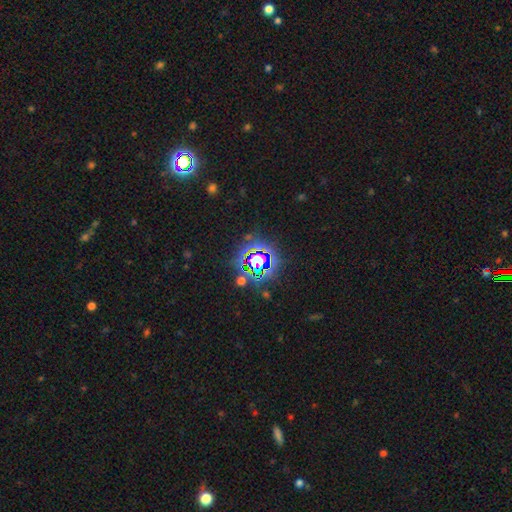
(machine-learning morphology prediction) A star or artifact, not a galaxy (75%).